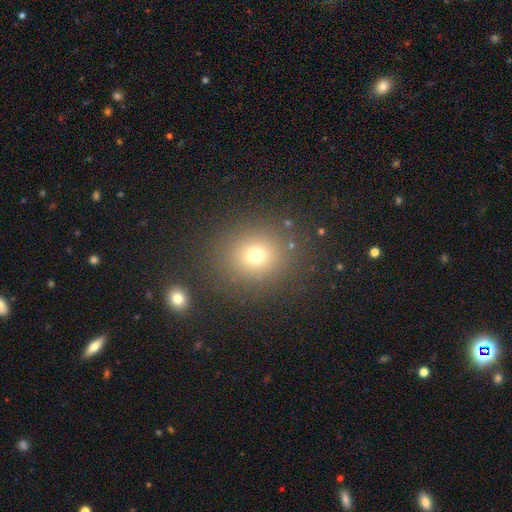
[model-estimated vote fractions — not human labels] Smooth or featured? Predicted: smooth (p=0.71). How rounded? Predicted: round (p=0.81). Merging? Predicted: none (p=0.84).